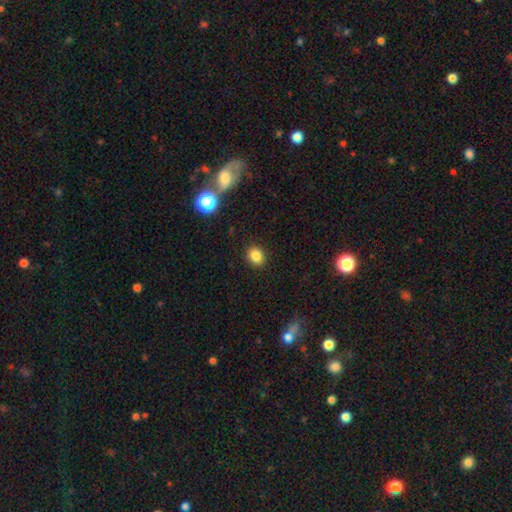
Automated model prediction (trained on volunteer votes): This appears to be a smooth galaxy with no disk features (84%) that is round (64%). Merging: none (90%).